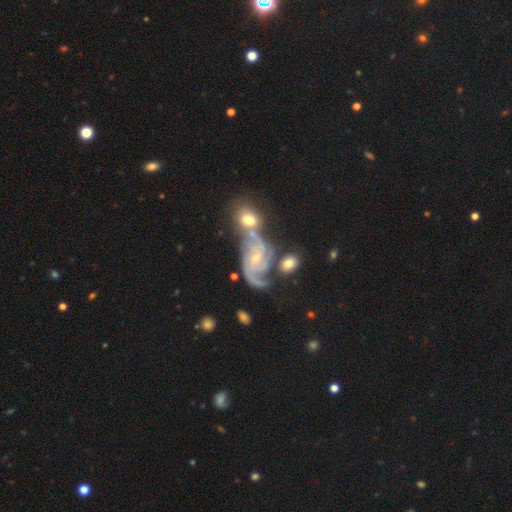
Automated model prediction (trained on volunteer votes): Smooth or featured? featured or disk (85%)
Edge-on disk? no (96%)
Bar? no (56%)
Spiral arms? yes (97%)
Spiral winding? tight (45%)
Spiral arm count? 2 (44%)
Bulge size? small (71%)
Merging? none (44%)